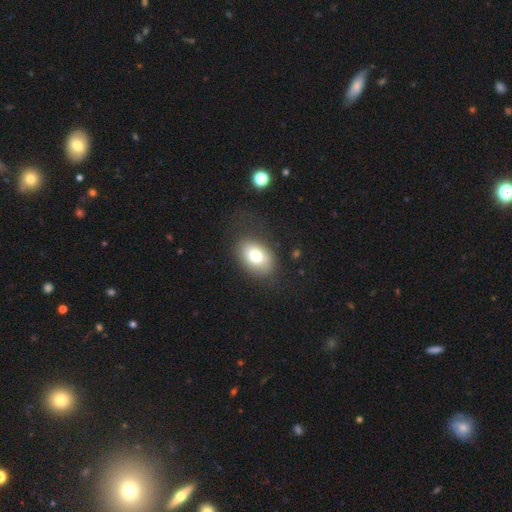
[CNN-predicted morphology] This appears to be a smooth galaxy with no disk features (74%) that is in between round and cigar-shaped (82%). Merging: none (75%).